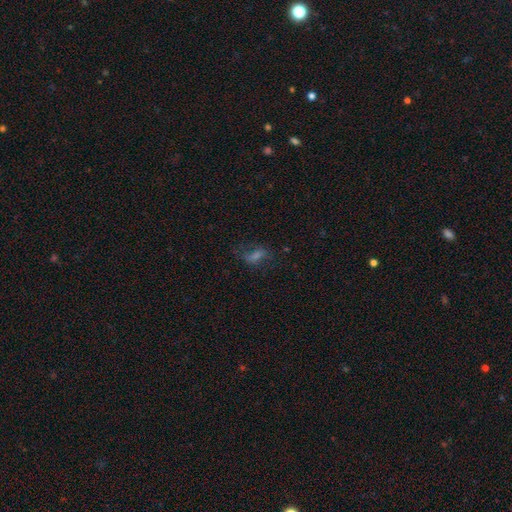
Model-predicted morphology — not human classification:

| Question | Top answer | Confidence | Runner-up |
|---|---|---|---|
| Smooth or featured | smooth | 44% | featured or disk (29%) |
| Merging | none | 61% | minor disturbance (19%) |